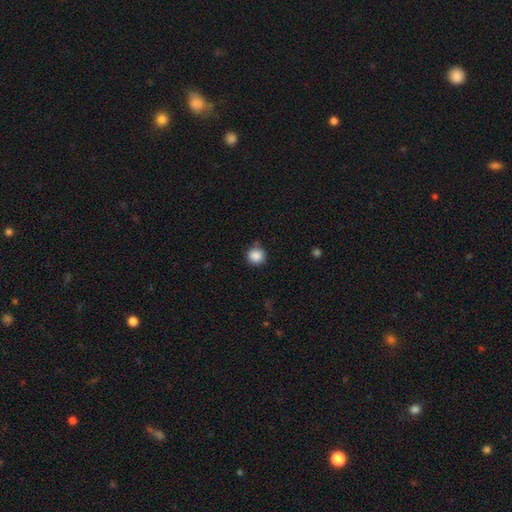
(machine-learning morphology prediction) Overall: smooth (88%). How rounded: round (93%). Merging: none (81%).